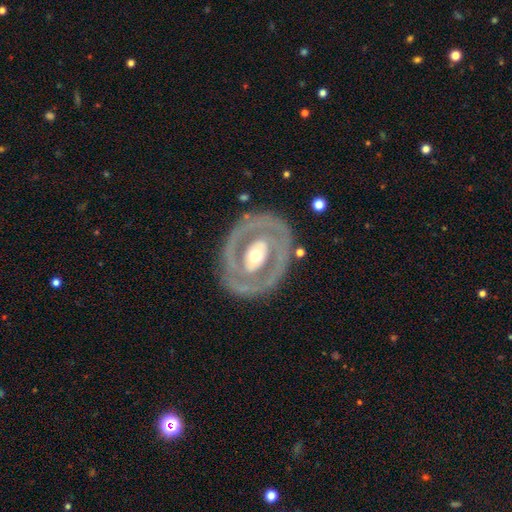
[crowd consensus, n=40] A featured or disk galaxy (92%) with a strong bar (42%), 2 (88%) tight (79%) spiral arms (94%) and a moderate central bulge (64%). Merging: none (85%).